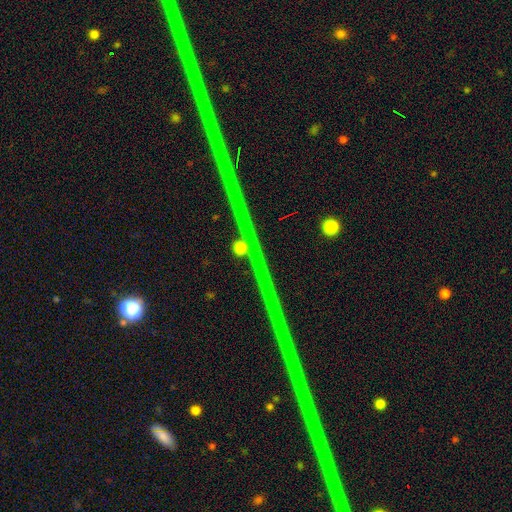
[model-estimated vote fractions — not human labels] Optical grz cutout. It shows a star or artifact, not a galaxy (86%).